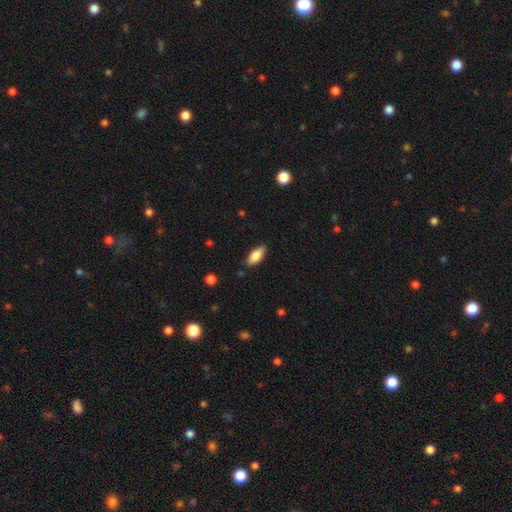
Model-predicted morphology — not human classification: Q: Smooth or featured?
A: smooth (82%); runner-up: featured or disk (11%)
Q: How rounded?
A: in between (83%); runner-up: cigar-shaped (15%)
Q: Merging?
A: none (85%); runner-up: minor disturbance (12%)